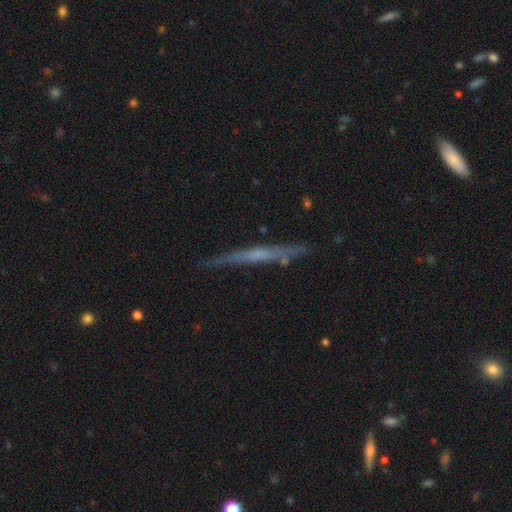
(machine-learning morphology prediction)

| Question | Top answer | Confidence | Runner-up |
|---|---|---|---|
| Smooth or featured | featured or disk | 64% | smooth (27%) |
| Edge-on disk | yes | 94% | no (6%) |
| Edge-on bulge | none | 59% | rounded (31%) |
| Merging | none | 82% | minor disturbance (13%) |